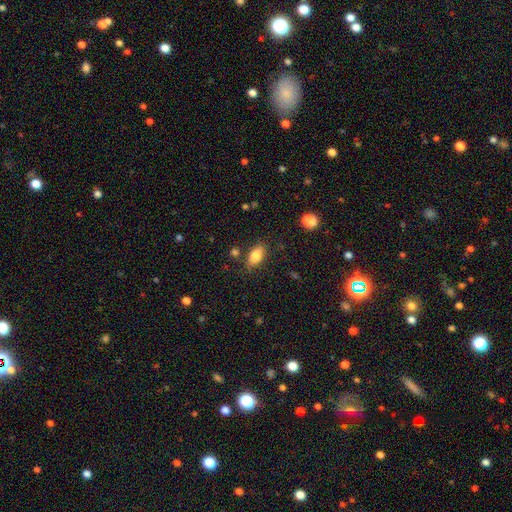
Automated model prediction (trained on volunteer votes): Smooth or featured? smooth (84%)
How rounded? in between (88%)
Merging? none (81%)